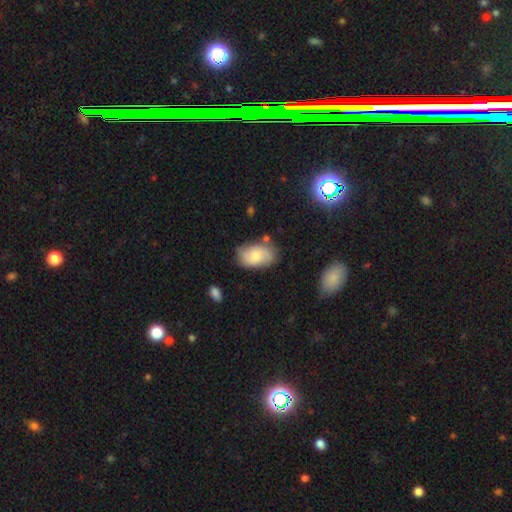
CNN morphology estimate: A smooth galaxy with no disk features (61%) that is in between round and cigar-shaped (91%). Merging: none (71%).